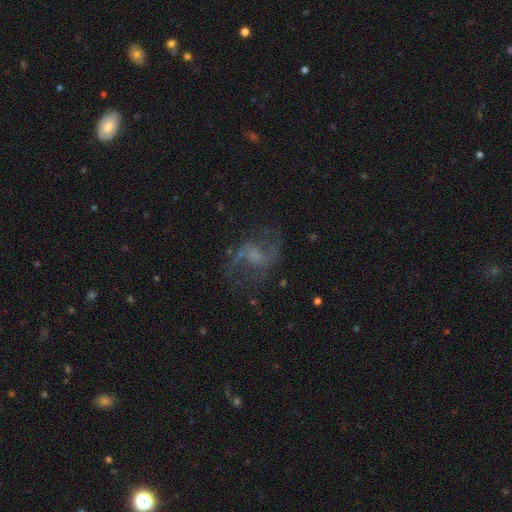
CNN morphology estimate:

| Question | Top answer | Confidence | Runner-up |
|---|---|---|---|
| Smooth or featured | featured or disk | 70% | smooth (17%) |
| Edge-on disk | no | 97% | yes (3%) |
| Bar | weak | 44% | tied: no (44%) |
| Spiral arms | yes | 84% | no (16%) |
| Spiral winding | loose | 58% | medium (36%) |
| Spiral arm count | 2 | 87% | can't tell (7%) |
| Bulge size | none | 37% | small (30%) |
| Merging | none | 61% | major disturbance (19%) |